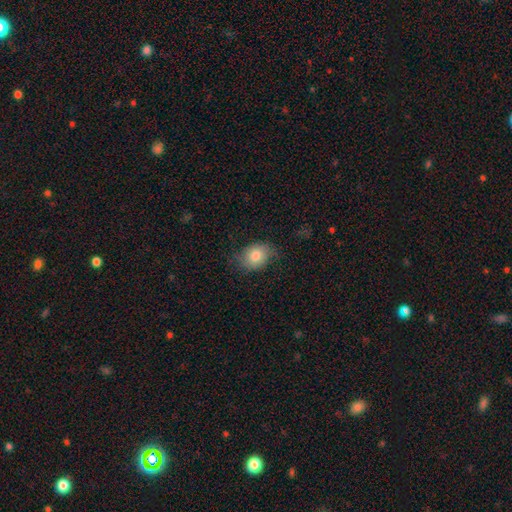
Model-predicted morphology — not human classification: The model was most divided on "how rounded": in between: 65%, round: 34%, cigar-shaped: 1%. More confident: smooth or featured — smooth (81%); merging — none (67%).